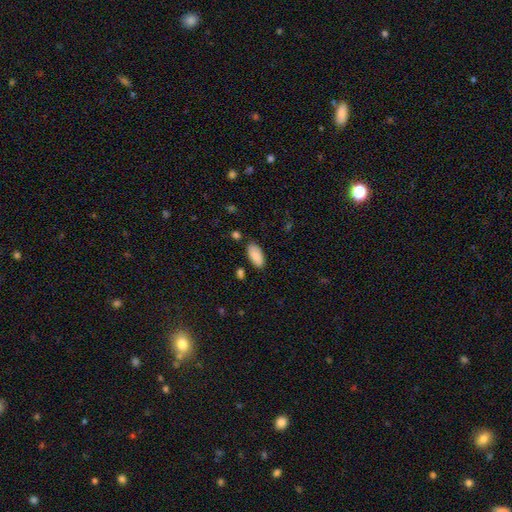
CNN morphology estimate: The model was most divided on "merging": none: 83%, minor disturbance: 12%, merger: 3%, major disturbance: 3%. More confident: how rounded — in between (91%); smooth or featured — smooth (88%).